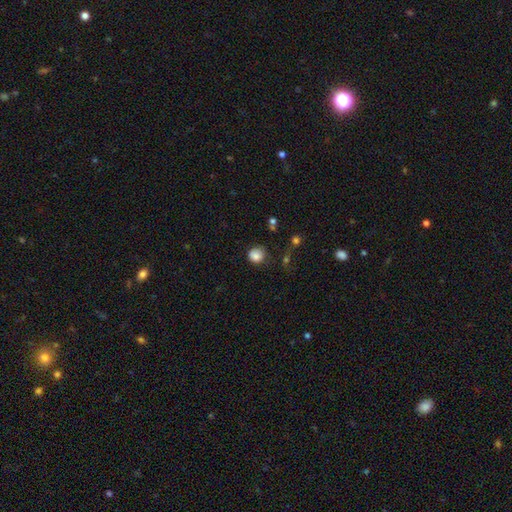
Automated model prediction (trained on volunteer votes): Q: Smooth or featured?
A: smooth (83%); runner-up: star or artifact (10%)
Q: How rounded?
A: round (83%); runner-up: in between (16%)
Q: Merging?
A: none (68%); runner-up: minor disturbance (22%)